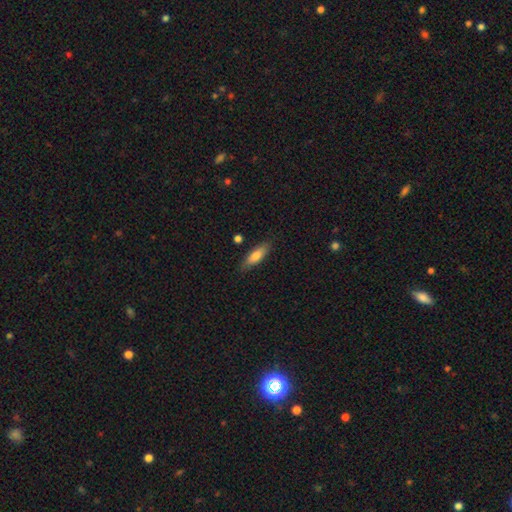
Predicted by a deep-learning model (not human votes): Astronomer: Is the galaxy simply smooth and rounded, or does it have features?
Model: smooth — 75%.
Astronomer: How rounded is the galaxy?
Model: cigar-shaped — 50% (runner-up: in between, 48%).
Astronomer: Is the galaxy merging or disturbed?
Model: none — 83%.